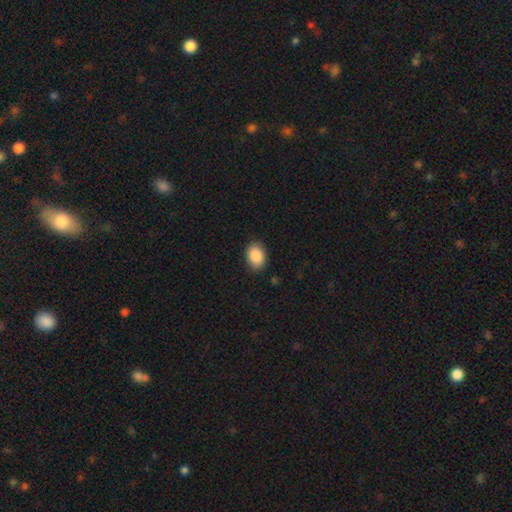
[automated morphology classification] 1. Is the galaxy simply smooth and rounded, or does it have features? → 89% smooth, 7% star or artifact, 4% featured or disk.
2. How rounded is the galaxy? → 78% in between, 21% round, 1% cigar-shaped.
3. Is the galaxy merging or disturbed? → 88% none, 9% minor disturbance, 2% major disturbance, 1% merger.